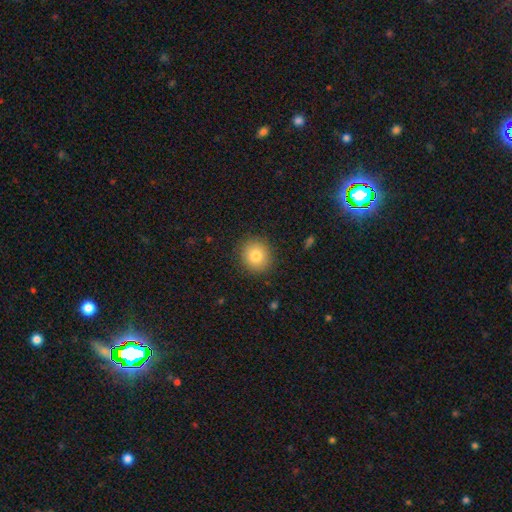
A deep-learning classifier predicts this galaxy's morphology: Overall: smooth (81%). How rounded: round (86%). Merging: none (89%).